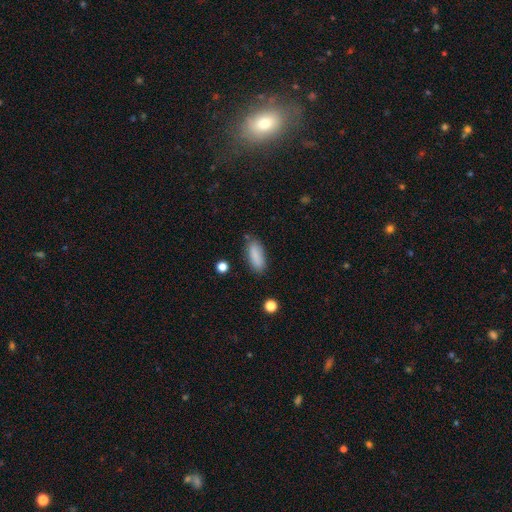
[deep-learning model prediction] Smooth or featured? Predicted: smooth (p=0.87). How rounded? Predicted: in between (p=0.74). Merging? Predicted: none (p=0.80).